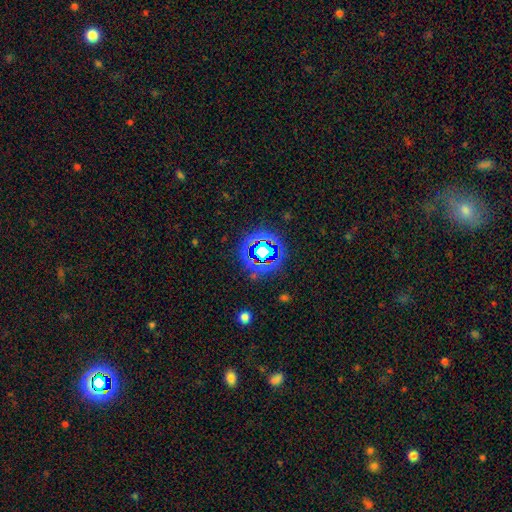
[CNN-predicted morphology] star or artifact 76%, smooth 16%, featured or disk 9%.